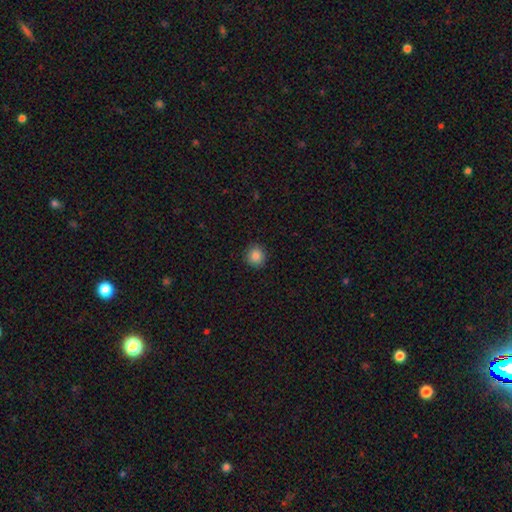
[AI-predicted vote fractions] A smooth galaxy with no disk features (86%) that is round (91%). Merging: none (91%).